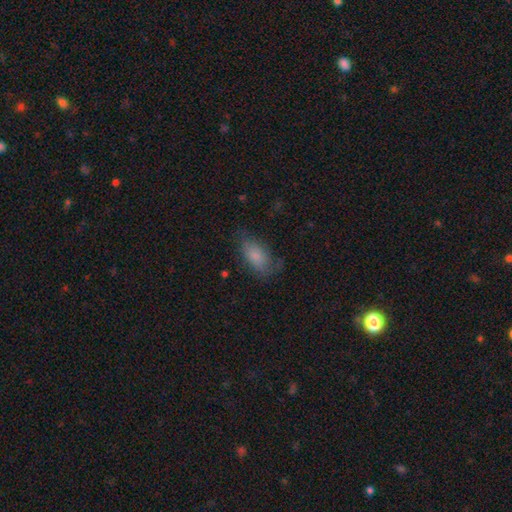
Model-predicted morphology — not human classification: Overall: smooth (77%). How rounded: in between (90%). Merging: none (62%; minor disturbance 26%).